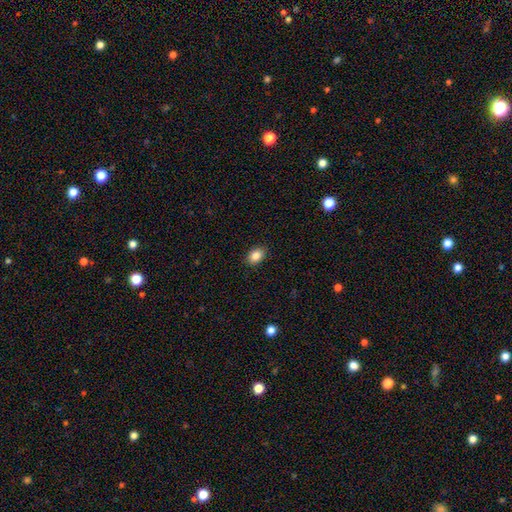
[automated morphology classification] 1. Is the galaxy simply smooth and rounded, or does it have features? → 86% smooth, 9% star or artifact, 5% featured or disk.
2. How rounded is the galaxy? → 76% in between, 23% round, 1% cigar-shaped.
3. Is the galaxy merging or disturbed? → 89% none, 9% minor disturbance, 2% major disturbance, 1% merger.